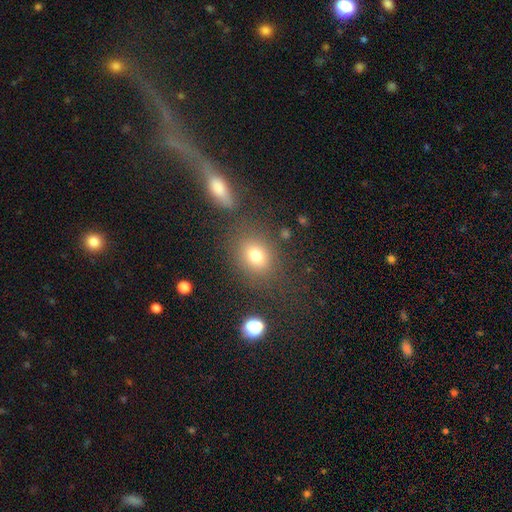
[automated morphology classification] Smooth or featured?
  - smooth: 75% *
  - star or artifact: 15%
  - featured or disk: 10%
How rounded?
  - round: 56% *
  - in between: 42%
  - cigar-shaped: 1%
Merging?
  - none: 75% *
  - minor disturbance: 12%
  - merger: 7%
  - major disturbance: 6%